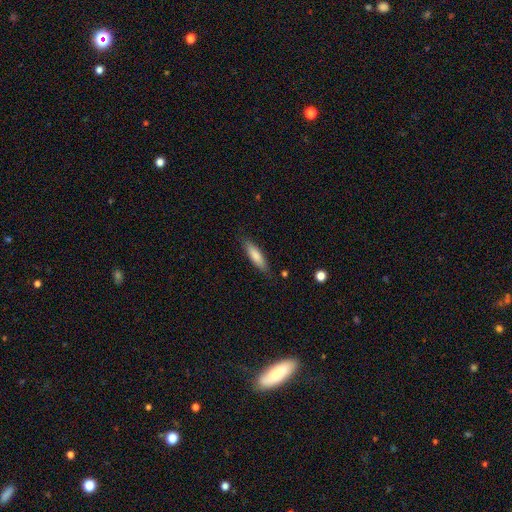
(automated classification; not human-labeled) Morphology: type=smooth (78%); roundness=cigar-shaped (69%); merging=none (84%).